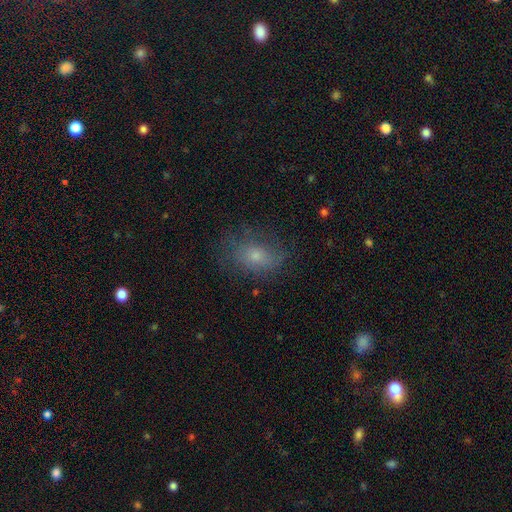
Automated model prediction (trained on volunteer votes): A smooth galaxy with no disk features (54%) that is in between round and cigar-shaped (72%). Merging: none (67%).